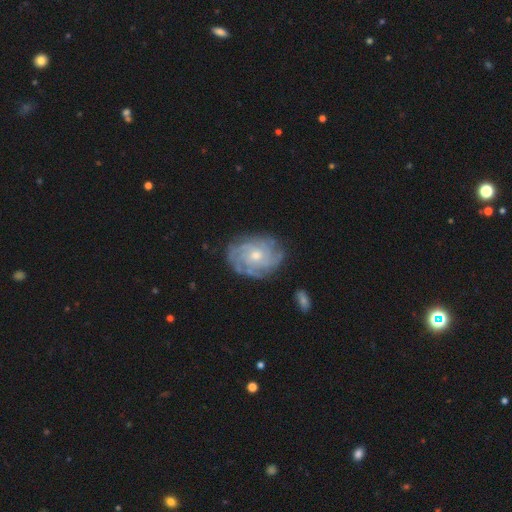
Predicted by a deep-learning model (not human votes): Q: Smooth or featured?
A: featured or disk (82%); runner-up: smooth (12%)
Q: Edge-on disk?
A: no (97%); runner-up: yes (3%)
Q: Bar?
A: no (77%); runner-up: weak (20%)
Q: Spiral arms?
A: yes (93%); runner-up: no (7%)
Q: Spiral winding?
A: tight (70%); runner-up: medium (23%)
Q: Spiral arm count?
A: can't tell (42%); runner-up: 4 (18%)
Q: Bulge size?
A: moderate (52%); runner-up: small (44%)
Q: Merging?
A: none (78%); runner-up: minor disturbance (15%)